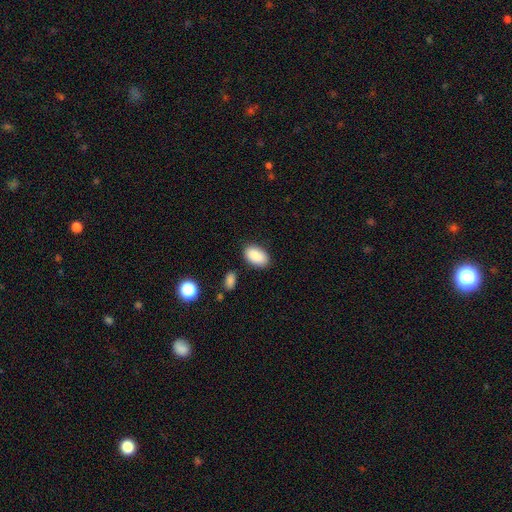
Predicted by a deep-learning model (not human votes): The model was most divided on "merging": none: 81%, minor disturbance: 12%, merger: 3%, major disturbance: 3%. More confident: how rounded — in between (93%); smooth or featured — smooth (88%).